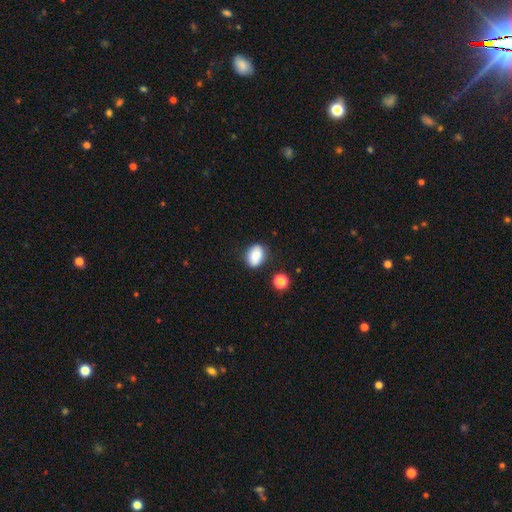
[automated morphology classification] Smooth or featured? smooth (84%)
How rounded? in between (75%)
Merging? none (78%)